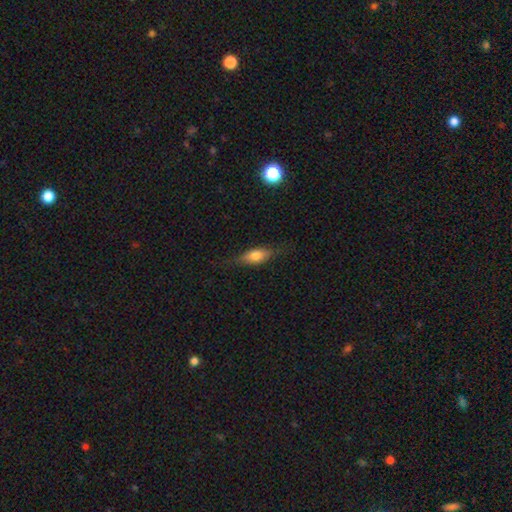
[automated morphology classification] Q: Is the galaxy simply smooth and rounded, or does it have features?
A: smooth — 62%.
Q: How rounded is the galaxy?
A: in between — 69%.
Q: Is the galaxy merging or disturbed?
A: none — 76%.